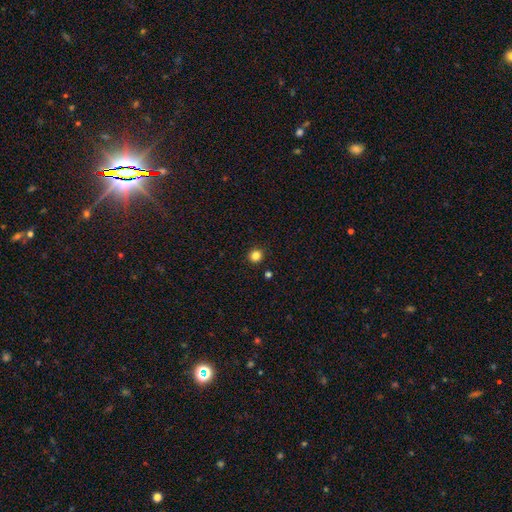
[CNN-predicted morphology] Smooth or featured?
  - smooth: 83% *
  - star or artifact: 12%
  - featured or disk: 4%
How rounded?
  - round: 91% *
  - in between: 8%
  - cigar-shaped: 1%
Merging?
  - none: 92% *
  - minor disturbance: 5%
  - major disturbance: 2%
  - merger: 1%